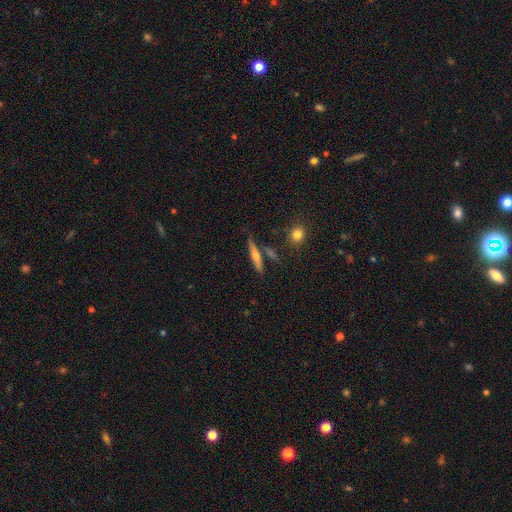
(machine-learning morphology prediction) This is possibly a smooth galaxy (49%). Merging: likely none (75%).